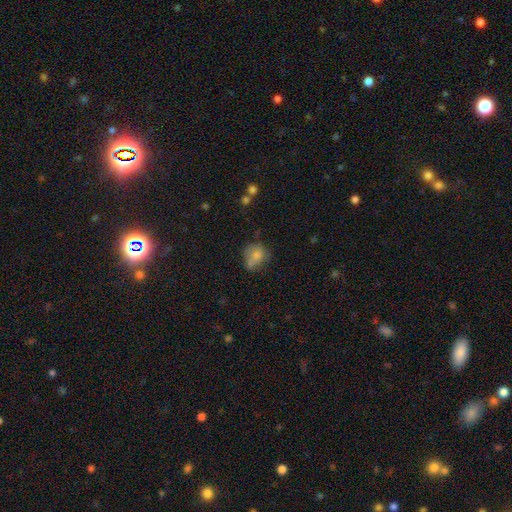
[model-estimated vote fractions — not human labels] Morphology: type=smooth (74%); roundness=round (59%); merging=none (42%).